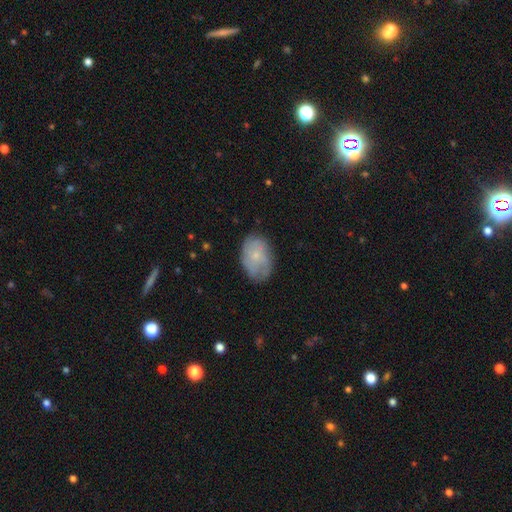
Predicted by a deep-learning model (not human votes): smooth 57%, featured or disk 35%, star or artifact 8%. Down the decision tree: how rounded — in between (86%); merging — none (67%).